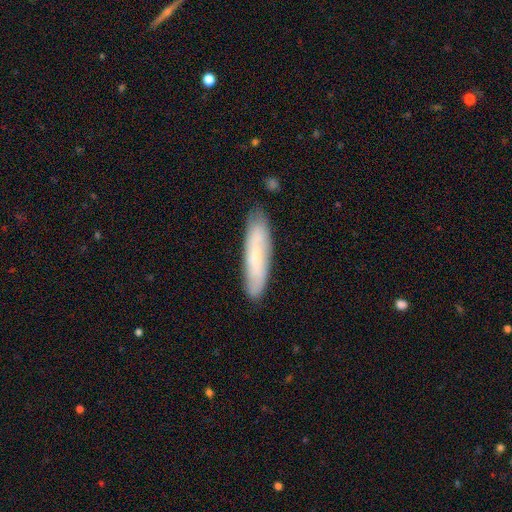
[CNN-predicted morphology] Overall: smooth (55%; featured or disk 38%). How rounded: cigar-shaped (76%). Merging: none (83%).